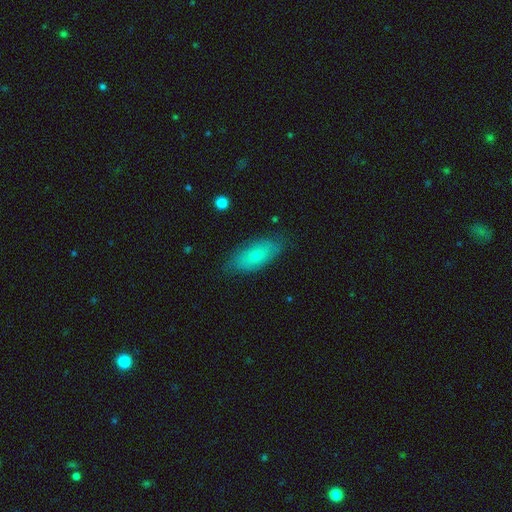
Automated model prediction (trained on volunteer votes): smooth 68%, featured or disk 25%, star or artifact 7%. Down the decision tree: how rounded — in between (84%); merging — none (78%).